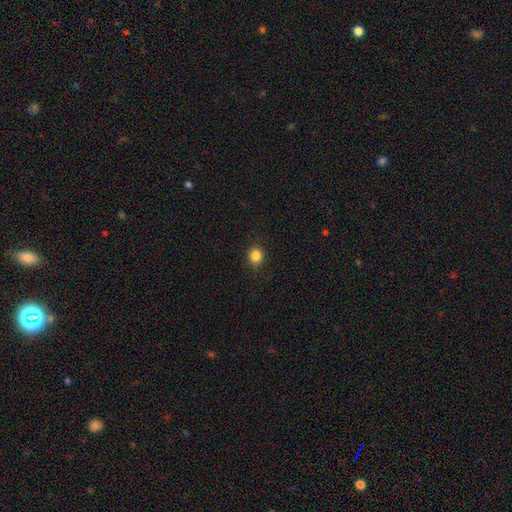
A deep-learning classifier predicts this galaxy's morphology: Smooth or featured? Predicted: smooth (p=0.85). How rounded? Predicted: round (p=0.82). Merging? Predicted: none (p=0.88).